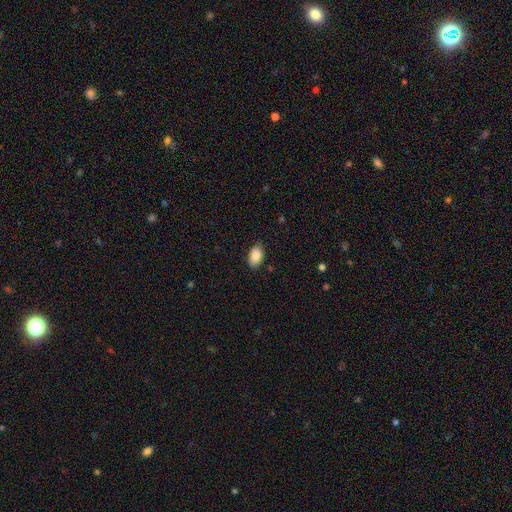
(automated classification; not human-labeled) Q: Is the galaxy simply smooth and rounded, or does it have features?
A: smooth — 86%.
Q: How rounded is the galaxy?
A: in between — 91%.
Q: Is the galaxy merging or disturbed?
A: none — 83%.